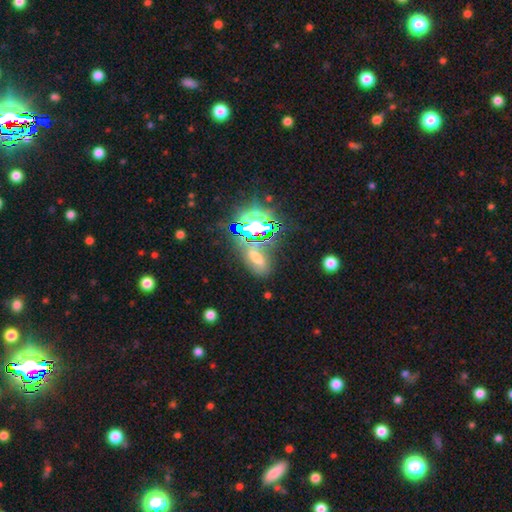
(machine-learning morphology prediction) A star or artifact, not a galaxy (60%).

Vote fractions:
- Smooth or featured? star or artifact: 60% / smooth: 26% / featured or disk: 14%